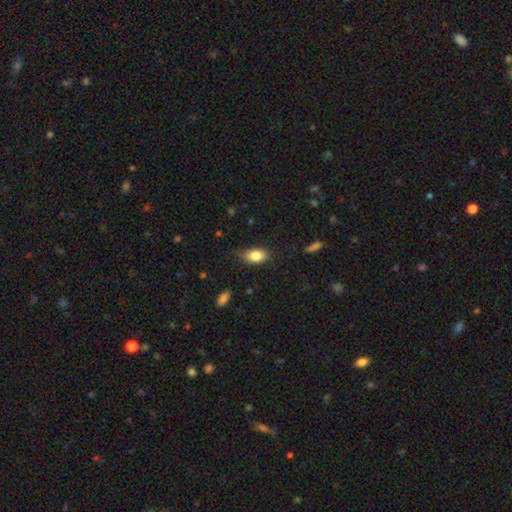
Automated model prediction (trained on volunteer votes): Smooth or featured? Predicted: smooth (p=0.83). How rounded? Predicted: in between (p=0.87). Merging? Predicted: none (p=0.71).